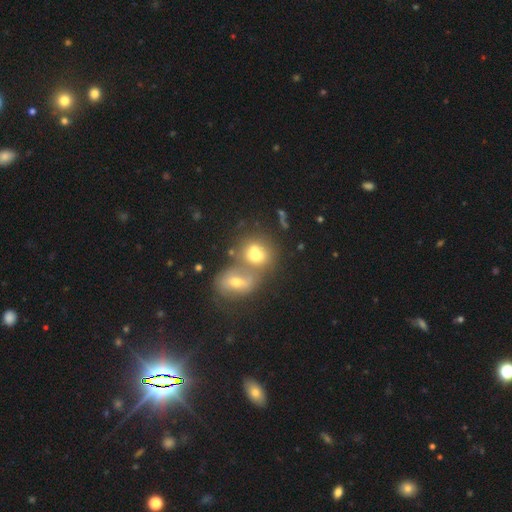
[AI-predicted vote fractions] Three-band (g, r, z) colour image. It shows a smooth galaxy with no disk features (62%) that is round (59%). Merging: merger (63%).